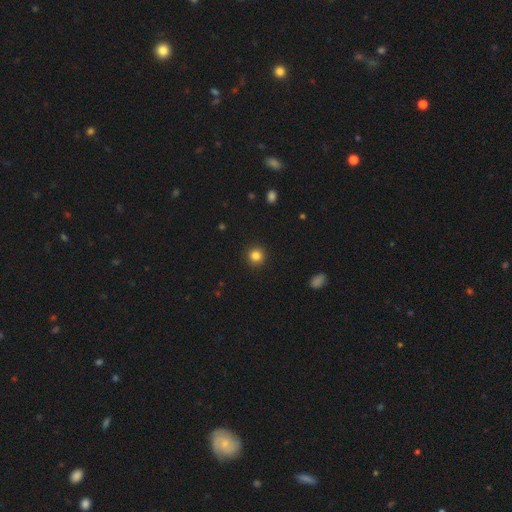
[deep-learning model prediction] Q: Smooth or featured?
A: smooth (84%); runner-up: star or artifact (11%)
Q: How rounded?
A: round (93%); runner-up: in between (6%)
Q: Merging?
A: none (92%); runner-up: minor disturbance (5%)